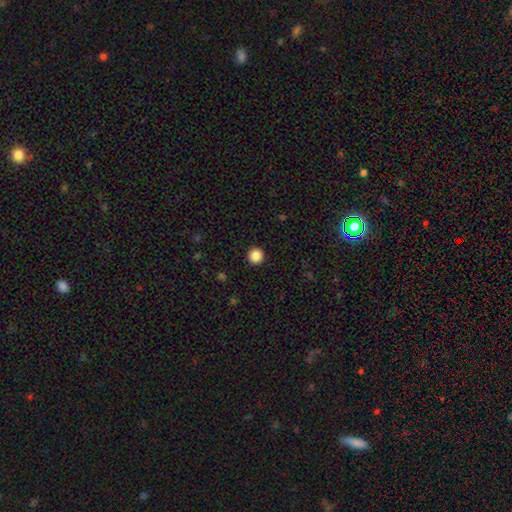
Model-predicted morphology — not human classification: smooth_or_featured: smooth (p=0.87) [alt: star or artifact p=0.10]
how_rounded: round (p=0.96) [alt: in between p=0.03]
merging: none (p=0.93) [alt: minor disturbance p=0.04]